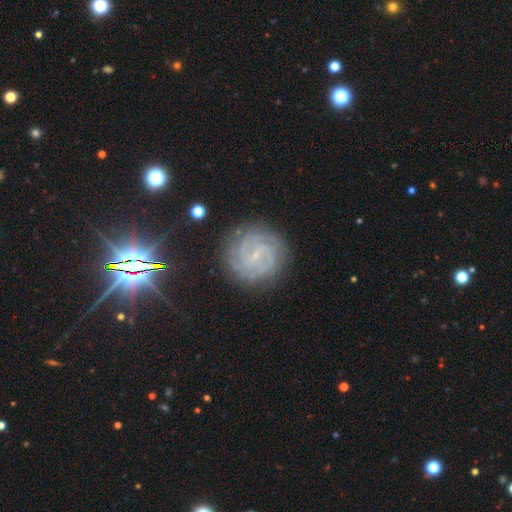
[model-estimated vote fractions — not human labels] The model was most divided on "spiral arm count": 2: 28%, 3: 23%, can't tell: 21%, 4: 14%, more than 4: 7%, 1: 6%. Remaining: edge-on disk — no (98%); spiral arms — yes (98%); smooth or featured — featured or disk (84%); bulge size — small (83%); merging — none (83%); spiral winding — tight (74%); bar — no (47%).